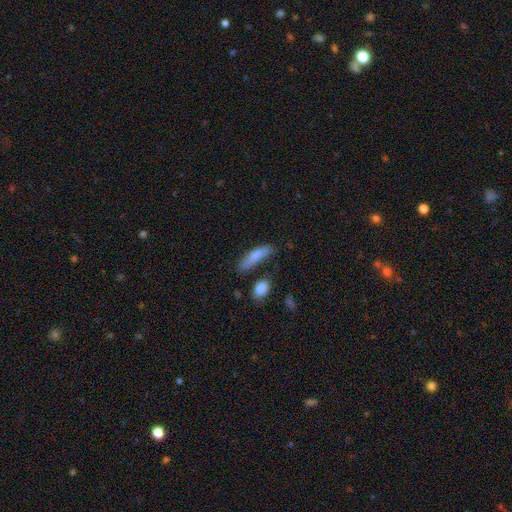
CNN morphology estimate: Q: Smooth or featured?
A: smooth (79%); runner-up: featured or disk (14%)
Q: How rounded?
A: cigar-shaped (63%); runner-up: in between (35%)
Q: Merging?
A: none (57%); runner-up: minor disturbance (26%)